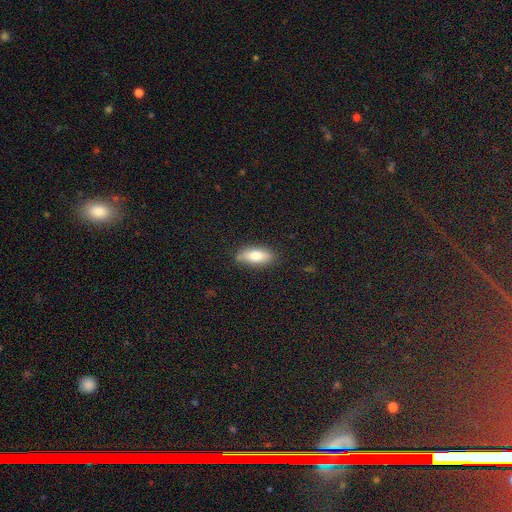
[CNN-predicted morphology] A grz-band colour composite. It shows a smooth galaxy with no disk features (77%) that is in between round and cigar-shaped (73%). Merging: none (81%).